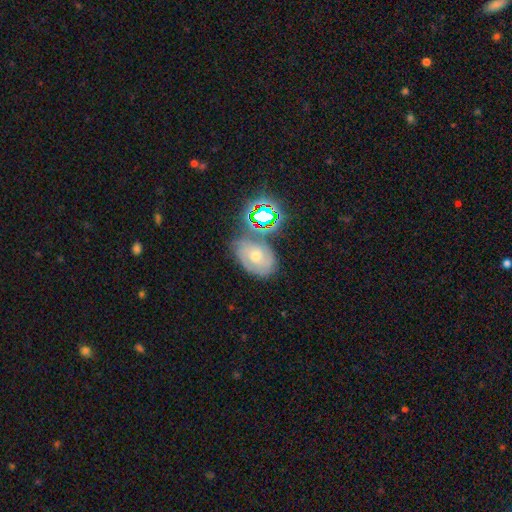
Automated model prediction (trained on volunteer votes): Smooth or featured: featured or disk — 50% (star or artifact — 27%)
Merging: none — 60% (minor disturbance — 21%)